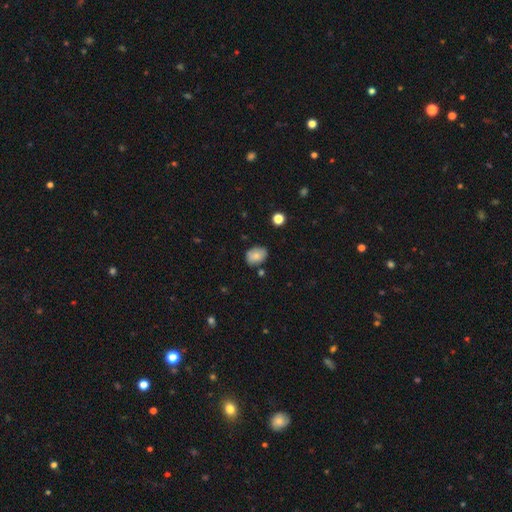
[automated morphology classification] type=smooth (80%); roundness=in between (71%); merging=none (72%).